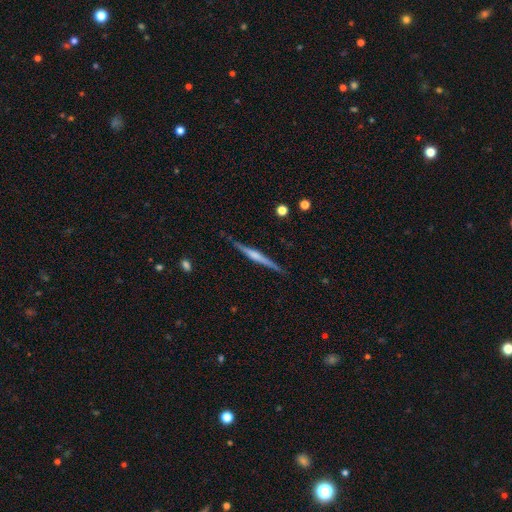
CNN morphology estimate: Smooth or featured? featured or disk (71%)
Edge-on disk? yes (98%)
Edge-on bulge? rounded (58%)
Merging? none (87%)